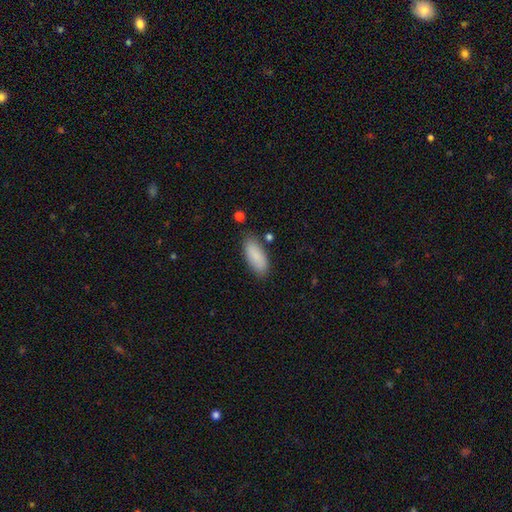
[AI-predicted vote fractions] A smooth galaxy with no disk features (87%) that is in between round and cigar-shaped (82%).

Vote fractions:
- Smooth or featured? smooth: 87% / featured or disk: 7% / star or artifact: 6%
- How rounded? in between: 82% / cigar-shaped: 17% / round: 2%
- Merging? none: 81% / minor disturbance: 13% / major disturbance: 3% / merger: 3%